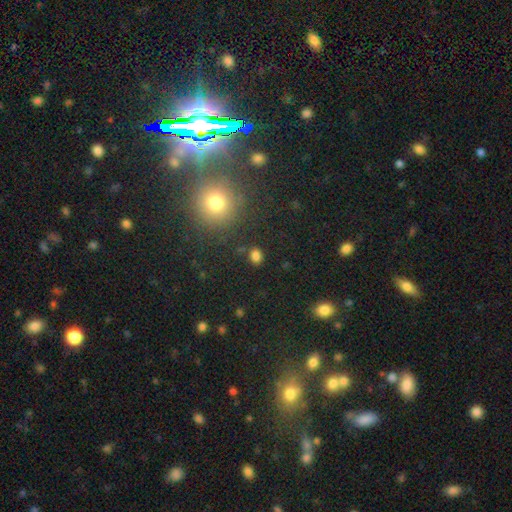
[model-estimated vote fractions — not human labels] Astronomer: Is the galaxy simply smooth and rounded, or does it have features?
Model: smooth — 80%.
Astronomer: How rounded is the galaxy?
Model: in between — 50% (runner-up: round, 49%).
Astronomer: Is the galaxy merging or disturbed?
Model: none — 85%.